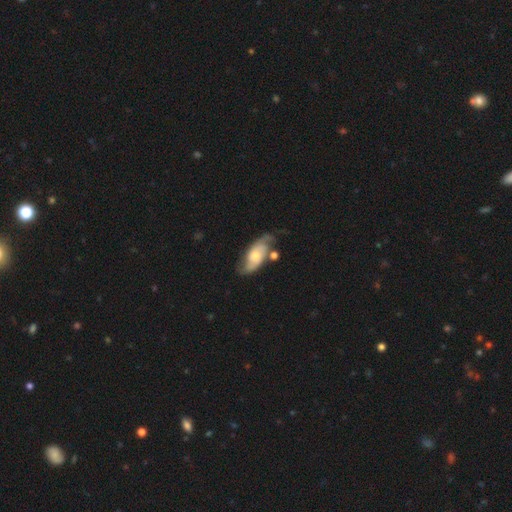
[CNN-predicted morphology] Smooth or featured?
  - featured or disk: 64% *
  - smooth: 30%
  - star or artifact: 6%
Edge-on disk?
  - no: 91% *
  - yes: 9%
Bar?
  - no: 68% *
  - weak: 26%
  - strong: 6%
Spiral arms?
  - yes: 89% *
  - no: 11%
Spiral winding?
  - medium: 41% *
  - loose: 34%
  - tight: 24%
Spiral arm count?
  - 2: 81% *
  - can't tell: 12%
  - 1: 3%
  - 3: 2%
  - 4: 1%
  - more than 4: 1%
Bulge size?
  - moderate: 44% *
  - small: 41%
  - large: 9%
  - none: 5%
  - dominant: 2%
Merging?
  - none: 53% *
  - minor disturbance: 23%
  - merger: 13%
  - major disturbance: 11%